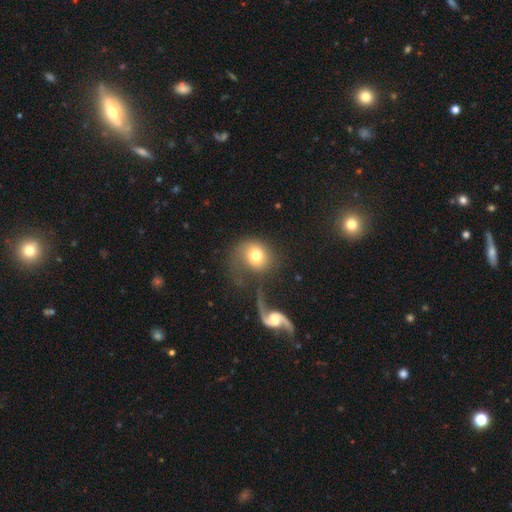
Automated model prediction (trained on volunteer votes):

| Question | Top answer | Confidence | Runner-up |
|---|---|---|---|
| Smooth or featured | smooth | 68% | featured or disk (24%) |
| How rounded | round | 77% | in between (22%) |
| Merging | none | 44% | major disturbance (22%) |